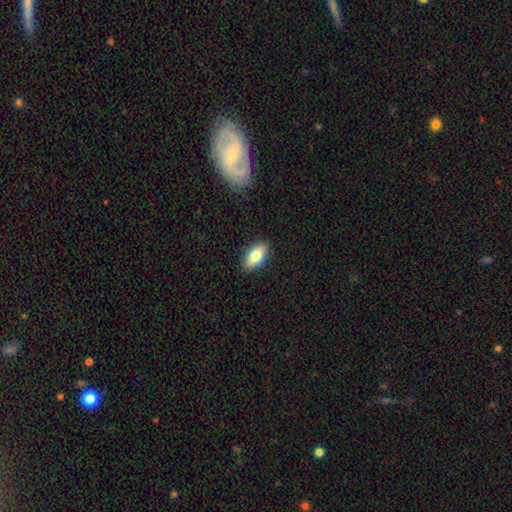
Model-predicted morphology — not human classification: smooth-or-featured: smooth: 78% | featured or disk: 15% | star or artifact: 7%
  how-rounded: in between: 87% | cigar-shaped: 9% | round: 3%
  merging: none: 90% | minor disturbance: 8% | major disturbance: 2% | merger: 1%